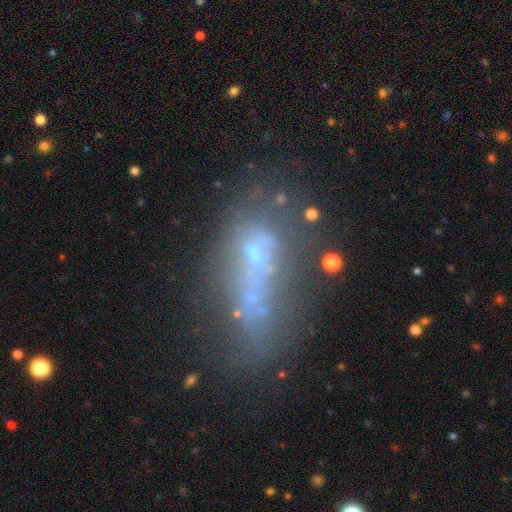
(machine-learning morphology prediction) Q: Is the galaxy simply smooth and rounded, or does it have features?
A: featured or disk — 43%.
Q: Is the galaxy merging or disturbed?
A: none — 36%.